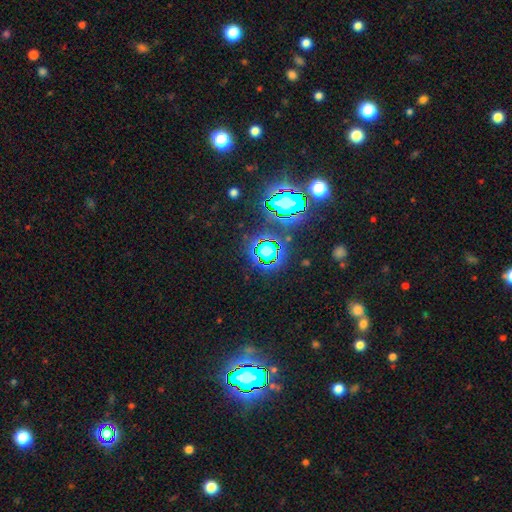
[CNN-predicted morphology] Smooth or featured? star or artifact (80%)